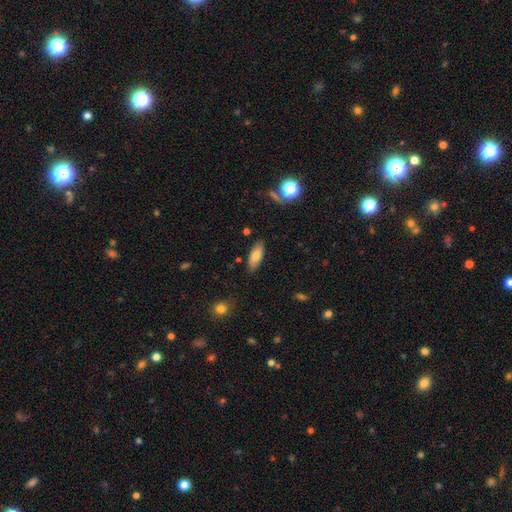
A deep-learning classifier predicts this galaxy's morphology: Smooth or featured: smooth — 78% (featured or disk — 15%)
How rounded: in between — 78% (cigar-shaped — 20%)
Merging: none — 85% (minor disturbance — 12%)